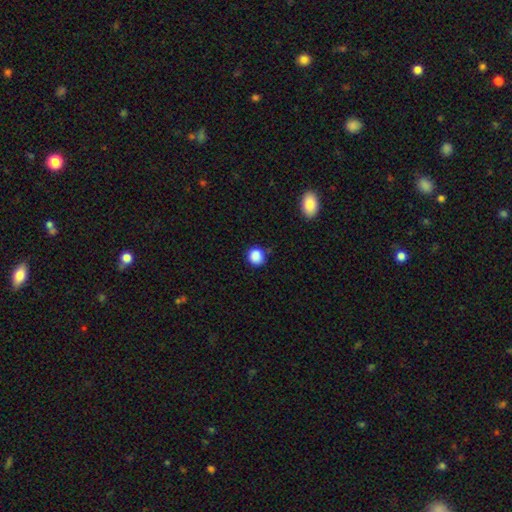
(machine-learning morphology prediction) Smooth or featured? smooth (88%)
How rounded? round (86%)
Merging? none (81%)